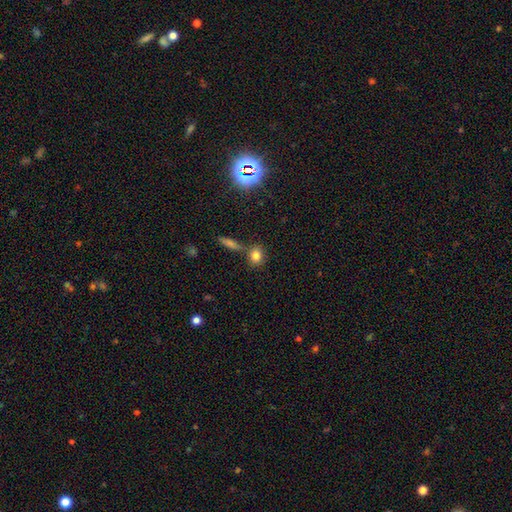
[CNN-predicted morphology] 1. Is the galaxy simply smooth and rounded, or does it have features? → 80% smooth, 12% star or artifact, 8% featured or disk.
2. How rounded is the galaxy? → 68% round, 29% in between, 3% cigar-shaped.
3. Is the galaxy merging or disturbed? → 72% none, 15% merger, 10% minor disturbance, 3% major disturbance.